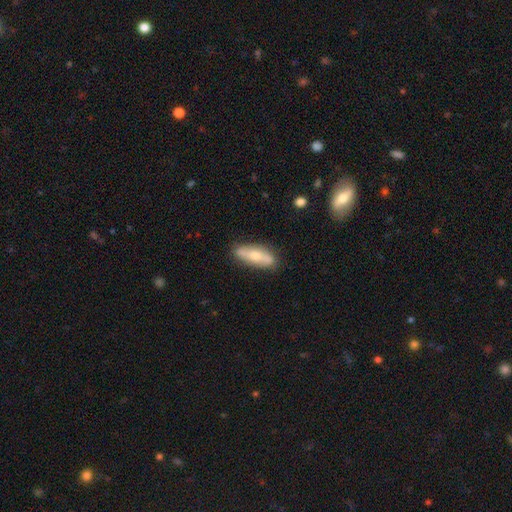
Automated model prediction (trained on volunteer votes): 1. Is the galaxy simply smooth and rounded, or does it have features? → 60% smooth, 34% featured or disk, 6% star or artifact.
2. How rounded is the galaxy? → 54% in between, 43% cigar-shaped, 3% round.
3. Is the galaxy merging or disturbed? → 80% none, 15% minor disturbance, 3% major disturbance, 3% merger.